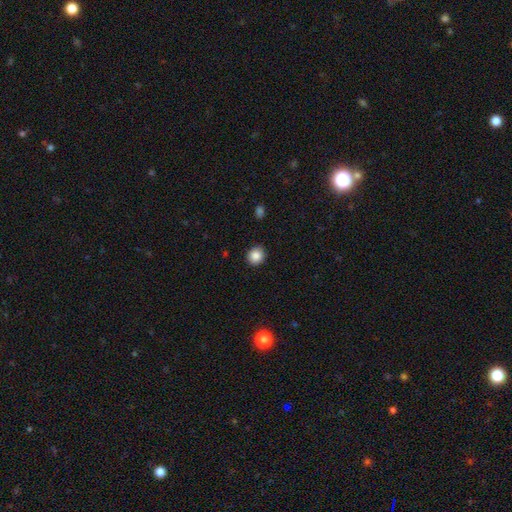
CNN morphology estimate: This appears to be a smooth galaxy with no disk features (87%) that is round (80%). Merging: none (90%).